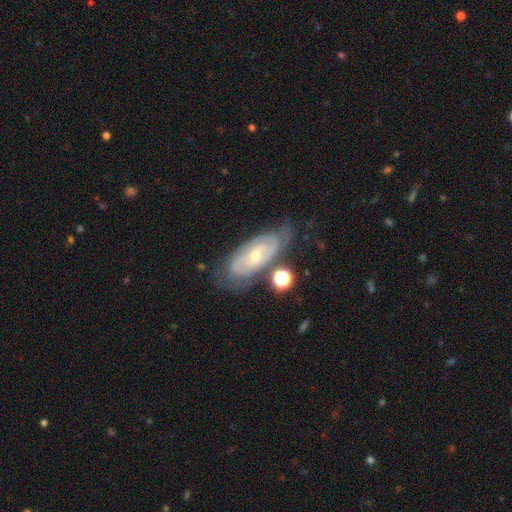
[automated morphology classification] This is likely a featured or disk galaxy (76%). It is clearly not viewed edge-on (91%). Bar: possibly no (57%). Spiral arm pattern: clearly yes (86%). Spiral arm count: marginally 2 (42%, tied with can't tell). Spiral winding: likely tight (68%). Central bulge: possibly small (58%). Merging: likely none (64%).